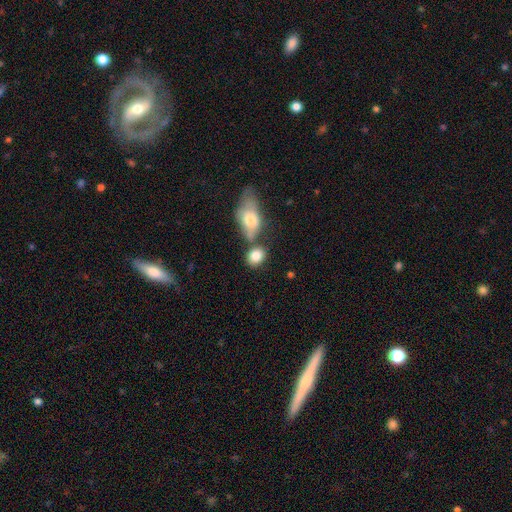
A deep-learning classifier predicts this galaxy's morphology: A smooth galaxy with no disk features (83%) that is in between round and cigar-shaped (53%). Merging: none (49%).